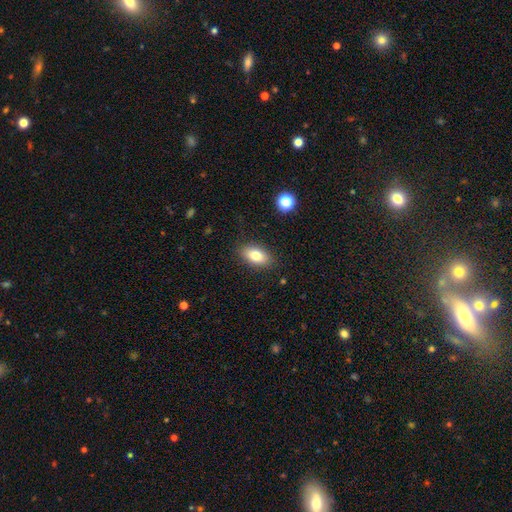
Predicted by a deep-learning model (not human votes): Smooth or featured? Predicted: smooth (p=0.80). How rounded? Predicted: in between (p=0.90). Merging? Predicted: none (p=0.87).